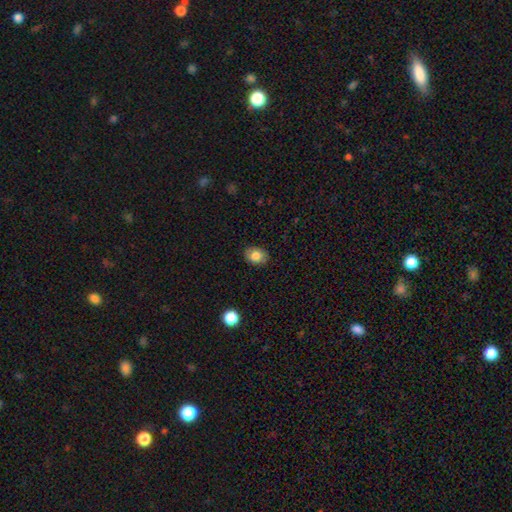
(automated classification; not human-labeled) Q: Smooth or featured?
A: smooth (80%); runner-up: featured or disk (11%)
Q: How rounded?
A: in between (62%); runner-up: round (37%)
Q: Merging?
A: none (87%); runner-up: minor disturbance (9%)